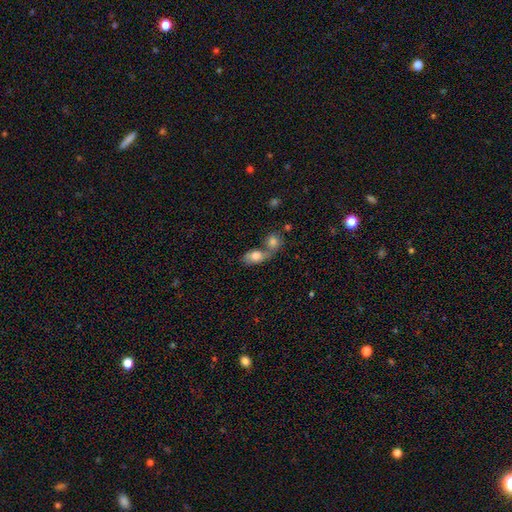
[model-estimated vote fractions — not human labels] smooth_or_featured: smooth (p=0.76) [alt: featured or disk p=0.16]
how_rounded: in between (p=0.77) [alt: round p=0.20]
merging: merger (p=0.63) [alt: none p=0.23]